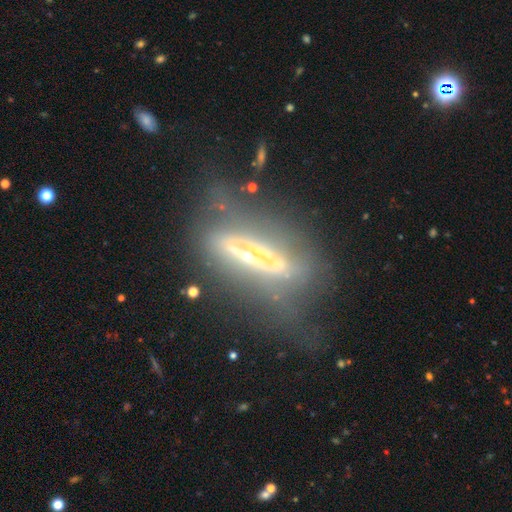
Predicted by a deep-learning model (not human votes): Smooth or featured?
  - featured or disk: 68% *
  - smooth: 22%
  - star or artifact: 10%
Edge-on disk?
  - yes: 66% *
  - no: 34%
Merging?
  - none: 44% *
  - major disturbance: 27%
  - minor disturbance: 23%
  - merger: 5%